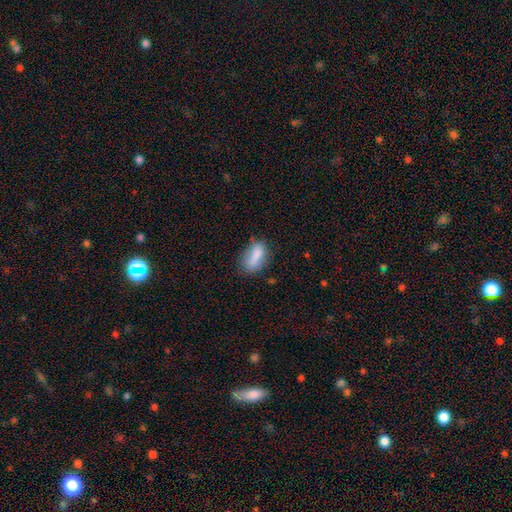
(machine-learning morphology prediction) A smooth galaxy with no disk features (81%) that is in between round and cigar-shaped (80%). Merging: none (63%).